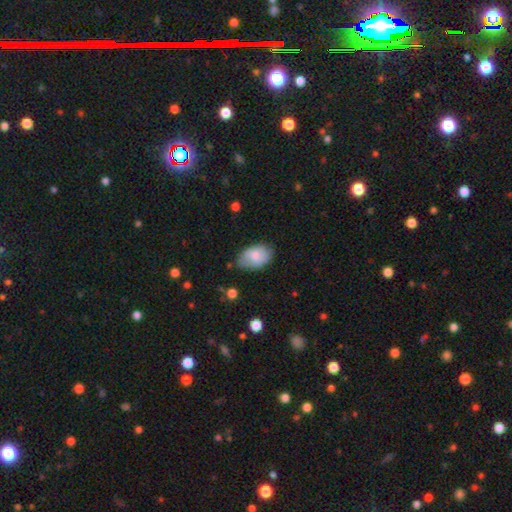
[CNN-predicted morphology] Smooth or featured: smooth — 75% (featured or disk — 19%)
How rounded: in between — 91% (round — 8%)
Merging: none — 66% (minor disturbance — 26%)